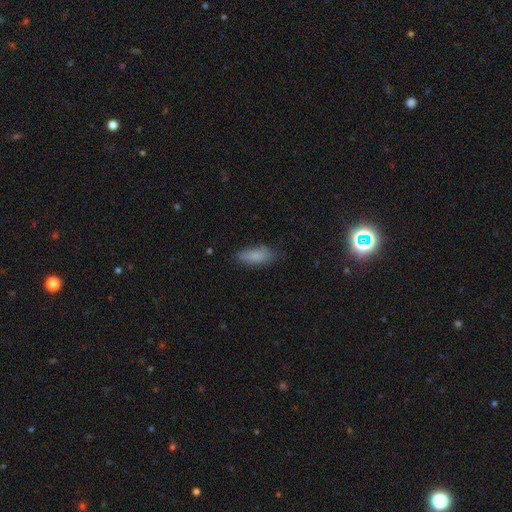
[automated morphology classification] Smooth or featured?
  - smooth: 84% *
  - featured or disk: 8%
  - star or artifact: 8%
How rounded?
  - in between: 72% *
  - cigar-shaped: 26%
  - round: 2%
Merging?
  - none: 77% *
  - minor disturbance: 18%
  - major disturbance: 4%
  - merger: 1%